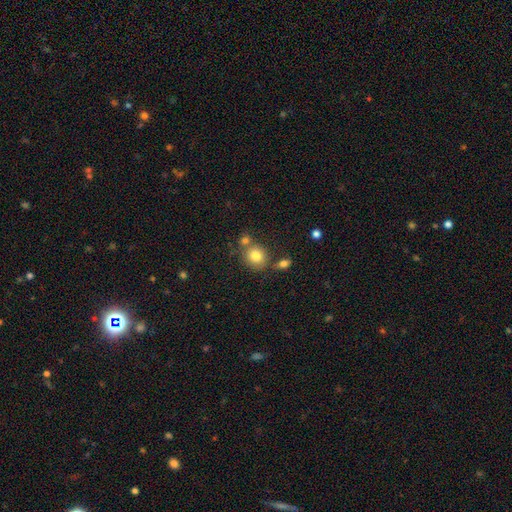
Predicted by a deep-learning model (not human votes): This appears to be a smooth galaxy with no disk features (81%) that is round (79%). Merging: none (64%).